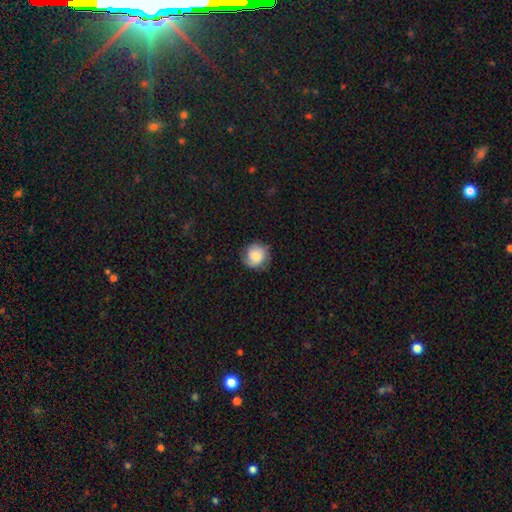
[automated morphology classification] Overall: smooth (66%). How rounded: round (87%). Merging: none (70%).